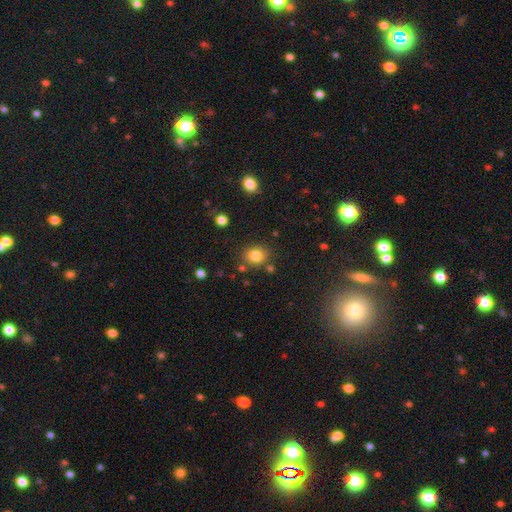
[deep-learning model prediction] This appears to be a smooth galaxy with no disk features (82%) that is round (72%). Merging: none (81%).